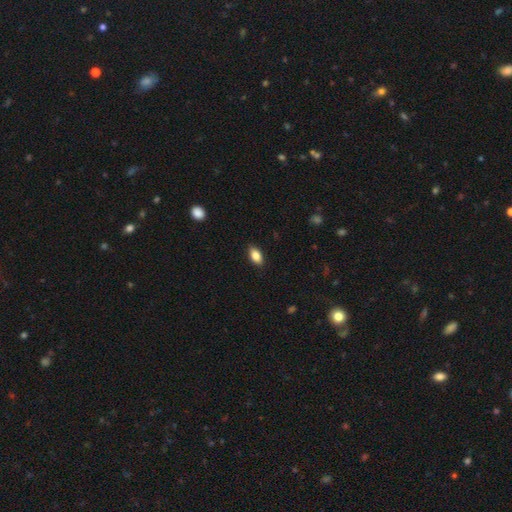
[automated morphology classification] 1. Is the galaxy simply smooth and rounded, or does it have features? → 84% smooth, 8% star or artifact, 8% featured or disk.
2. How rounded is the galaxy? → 90% in between, 6% round, 4% cigar-shaped.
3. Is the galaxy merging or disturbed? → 88% none, 9% minor disturbance, 2% major disturbance, 1% merger.